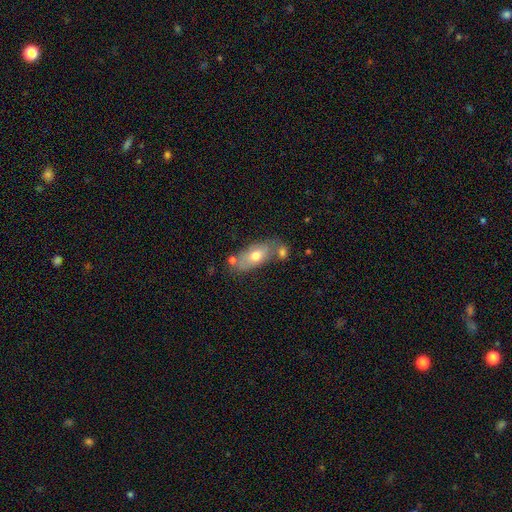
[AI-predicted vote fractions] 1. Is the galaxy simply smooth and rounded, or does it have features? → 65% smooth, 27% featured or disk, 7% star or artifact.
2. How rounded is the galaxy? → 84% in between, 10% cigar-shaped, 5% round.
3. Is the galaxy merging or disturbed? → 56% none, 22% merger, 18% minor disturbance, 5% major disturbance.